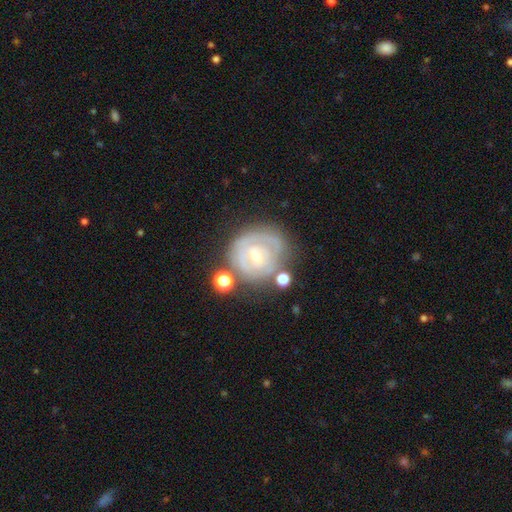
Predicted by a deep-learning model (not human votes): This is likely a featured or disk galaxy (75%). It is clearly not viewed edge-on (97%). Bar: possibly no (55%). Spiral arm pattern: likely yes (75%). Spiral arm count: possibly can't tell (47%). Spiral winding: likely tight (75%). Central bulge: possibly small (58%). Merging: likely none (64%).